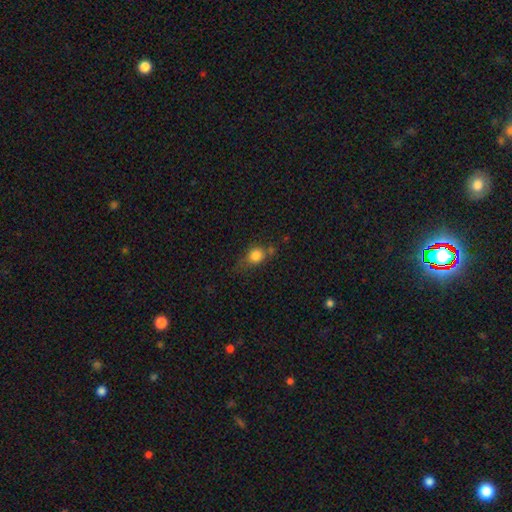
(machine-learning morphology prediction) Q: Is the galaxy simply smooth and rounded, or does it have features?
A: smooth — 80%.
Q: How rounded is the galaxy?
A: round — 59%.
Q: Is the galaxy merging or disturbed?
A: none — 52%.